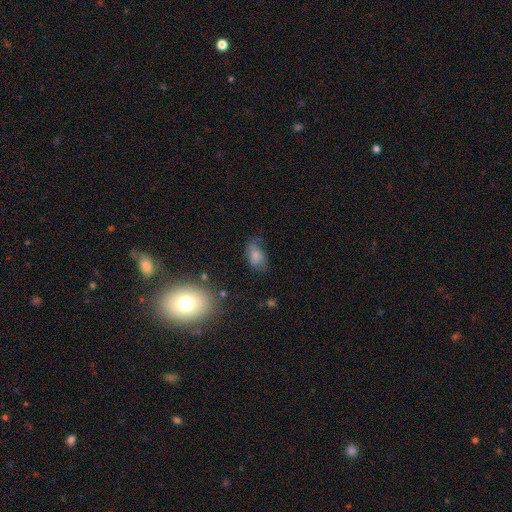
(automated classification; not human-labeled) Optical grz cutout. It shows a smooth galaxy with no disk features (69%) that is in between round and cigar-shaped (87%). Merging: none (45%).